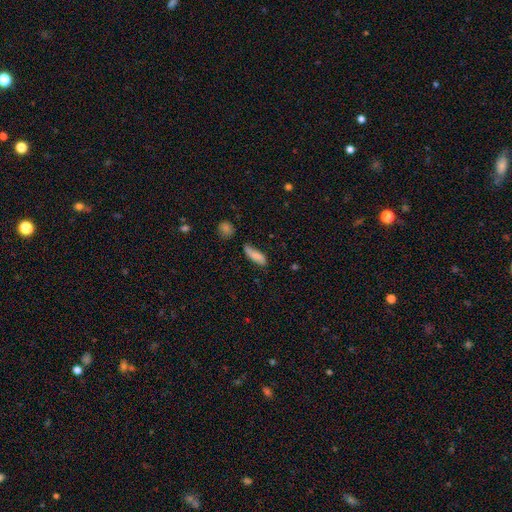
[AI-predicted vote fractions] Overall: smooth (78%). How rounded: in between (51%; cigar-shaped 46%). Merging: none (63%; minor disturbance 27%).